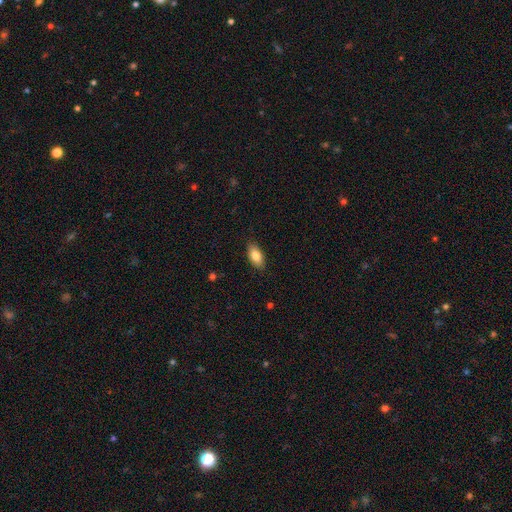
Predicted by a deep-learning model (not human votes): smooth 84%, featured or disk 9%, star or artifact 7%. Down the decision tree: how rounded — in between (91%); merging — none (87%).